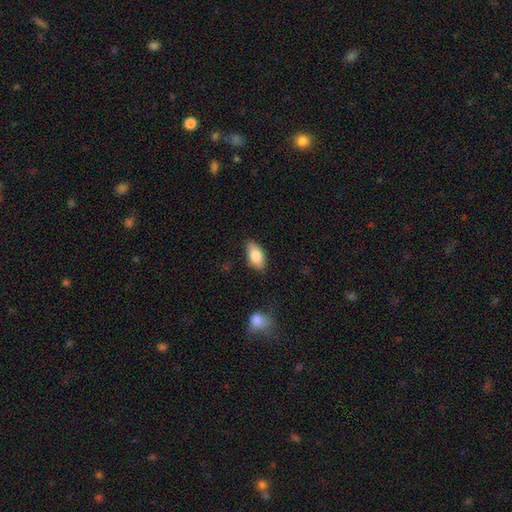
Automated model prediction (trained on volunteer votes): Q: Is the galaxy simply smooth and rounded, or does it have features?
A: smooth — 83%.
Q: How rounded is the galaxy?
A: in between — 90%.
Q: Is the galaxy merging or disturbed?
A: none — 82%.